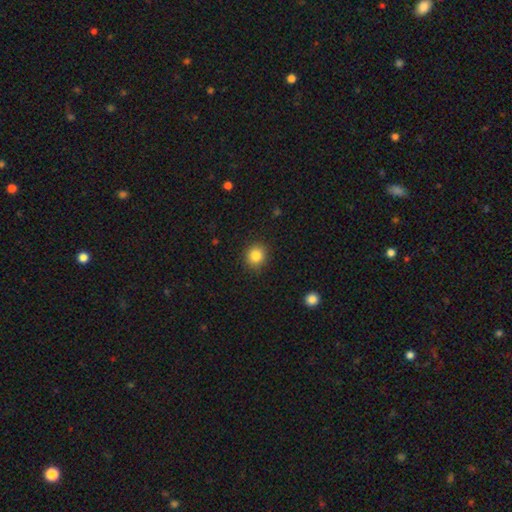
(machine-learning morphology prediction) Smooth or featured?
  - smooth: 84% *
  - star or artifact: 11%
  - featured or disk: 5%
How rounded?
  - round: 84% *
  - in between: 15%
  - cigar-shaped: 1%
Merging?
  - none: 90% *
  - minor disturbance: 7%
  - major disturbance: 2%
  - merger: 1%